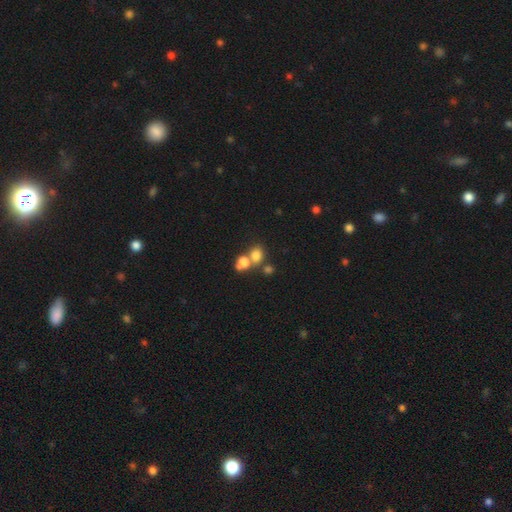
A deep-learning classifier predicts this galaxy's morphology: A smooth galaxy with no disk features (75%) that is round (57%).

Vote fractions:
- Smooth or featured? smooth: 75% / star or artifact: 14% / featured or disk: 11%
- How rounded? round: 57% / in between: 42% / cigar-shaped: 1%
- Merging? merger: 50% / none: 37% / minor disturbance: 8% / major disturbance: 5%